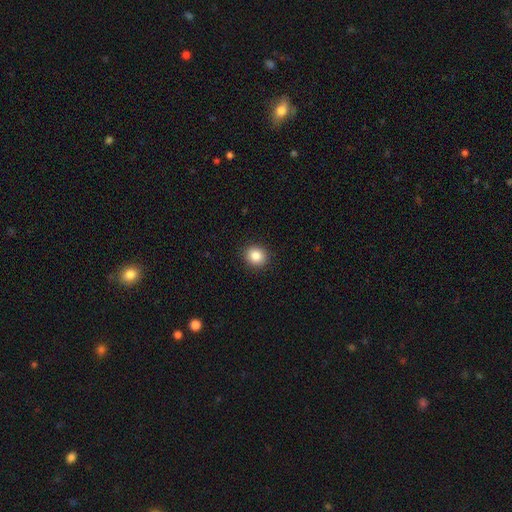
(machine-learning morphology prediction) smooth-or-featured: smooth: 85% | star or artifact: 10% | featured or disk: 5%
  how-rounded: round: 82% | in between: 17% | cigar-shaped: 1%
  merging: none: 92% | minor disturbance: 6% | major disturbance: 2% | merger: 1%